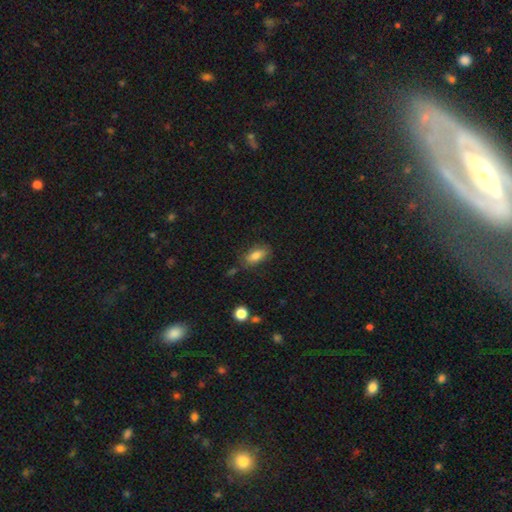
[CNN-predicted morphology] type=smooth (81%); roundness=in between (85%); merging=none (75%).